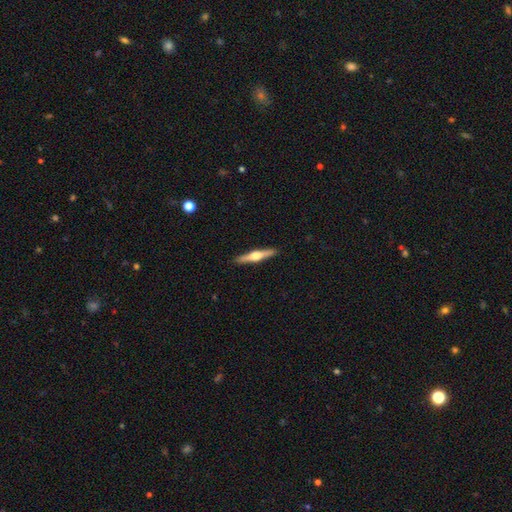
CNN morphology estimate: Smooth or featured: featured or disk — 68% (smooth — 27%)
Edge-on disk: yes — 98% (no — 2%)
Edge-on bulge: rounded — 94% (boxy — 4%)
Merging: none — 92% (minor disturbance — 6%)